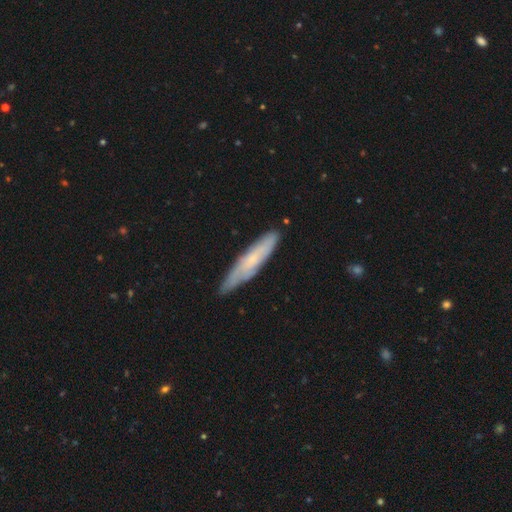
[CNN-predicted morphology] smooth-or-featured: featured or disk: 46% | smooth: 45% | star or artifact: 9%
  merging: none: 83% | minor disturbance: 13% | major disturbance: 2% | merger: 1%